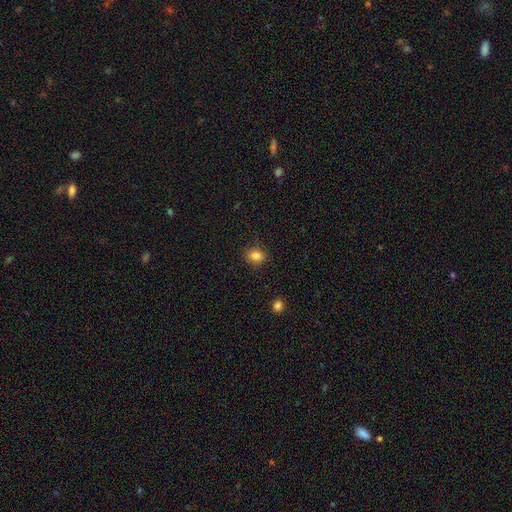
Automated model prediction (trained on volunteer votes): smooth 83%, star or artifact 12%, featured or disk 6%. Down the decision tree: how rounded — round (69%); merging — none (84%).